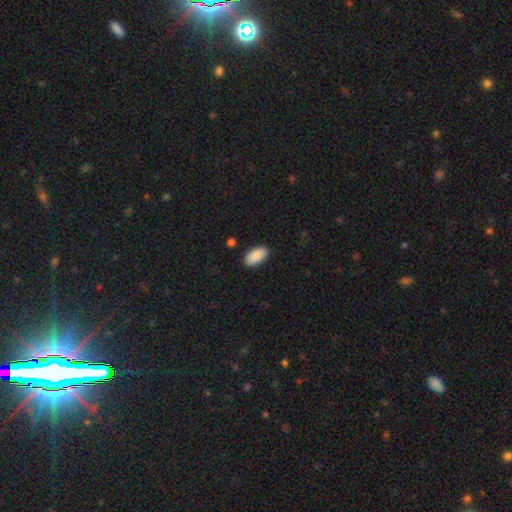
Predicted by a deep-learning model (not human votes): smooth 90%, star or artifact 6%, featured or disk 4%. Down the decision tree: how rounded — in between (95%); merging — none (88%).